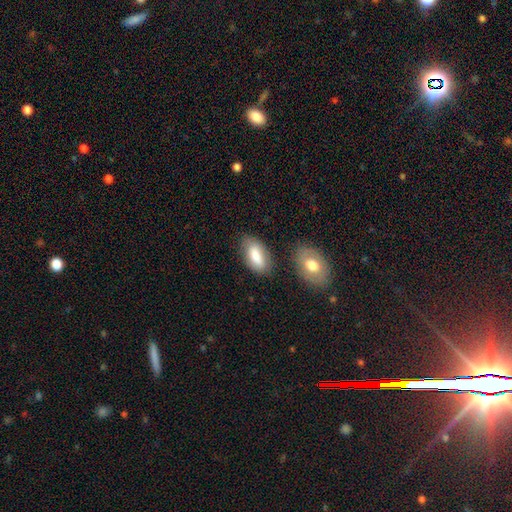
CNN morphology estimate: Smooth or featured?
  - smooth: 81% *
  - featured or disk: 13%
  - star or artifact: 6%
How rounded?
  - in between: 93% *
  - cigar-shaped: 4%
  - round: 3%
Merging?
  - none: 71% *
  - minor disturbance: 17%
  - merger: 8%
  - major disturbance: 4%